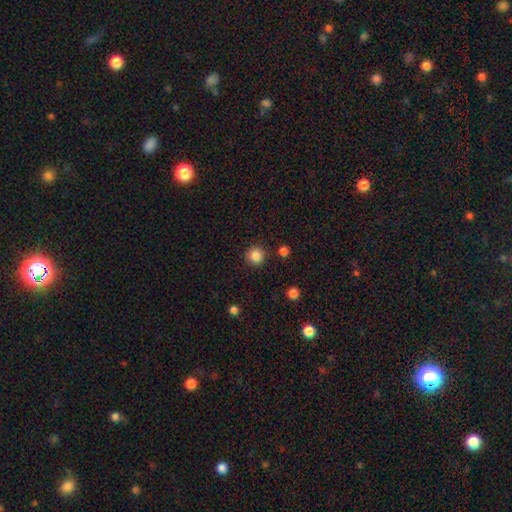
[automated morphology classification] smooth-or-featured: smooth: 85% | star or artifact: 11% | featured or disk: 4%
  how-rounded: round: 95% | in between: 4% | cigar-shaped: 1%
  merging: none: 91% | minor disturbance: 5% | merger: 2% | major disturbance: 2%